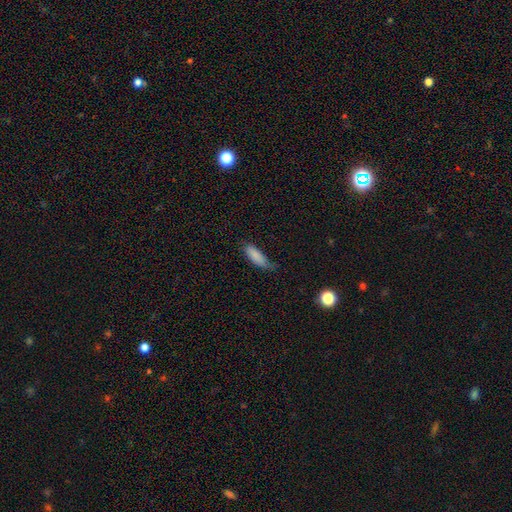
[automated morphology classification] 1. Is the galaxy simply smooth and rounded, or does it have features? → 85% smooth, 8% featured or disk, 7% star or artifact.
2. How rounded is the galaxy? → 61% in between, 37% cigar-shaped, 2% round.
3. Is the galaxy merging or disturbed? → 51% none, 37% minor disturbance, 10% major disturbance, 2% merger.